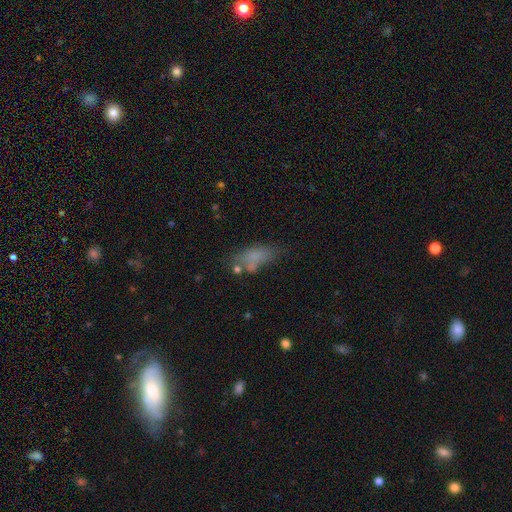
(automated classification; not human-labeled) A smooth galaxy with no disk features (68%) that is in between round and cigar-shaped (83%). Merging: none (41%).